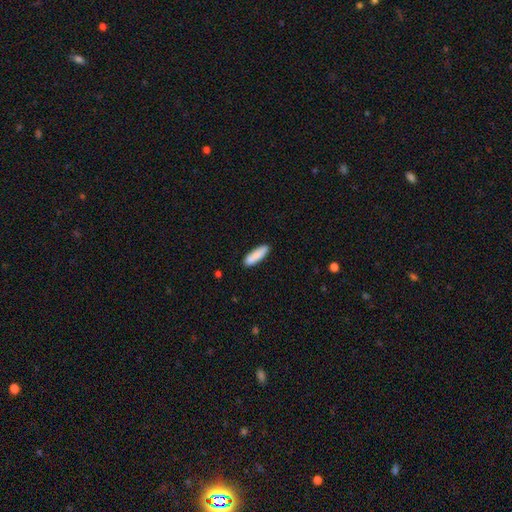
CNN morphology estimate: This is clearly a smooth galaxy (86%). How rounded: likely cigar-shaped (65%). Merging: clearly none (83%).